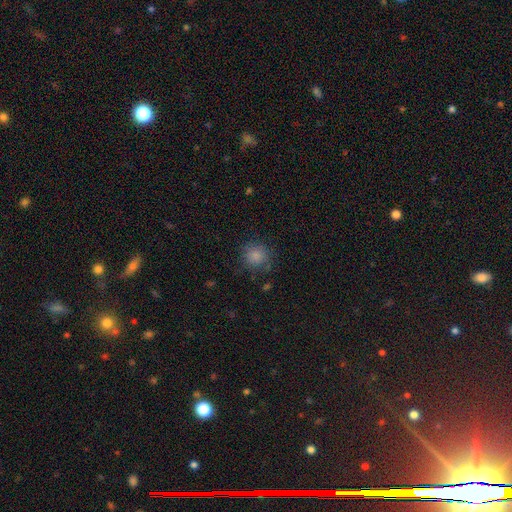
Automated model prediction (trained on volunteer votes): Smooth or featured? smooth (84%)
How rounded? round (90%)
Merging? none (80%)